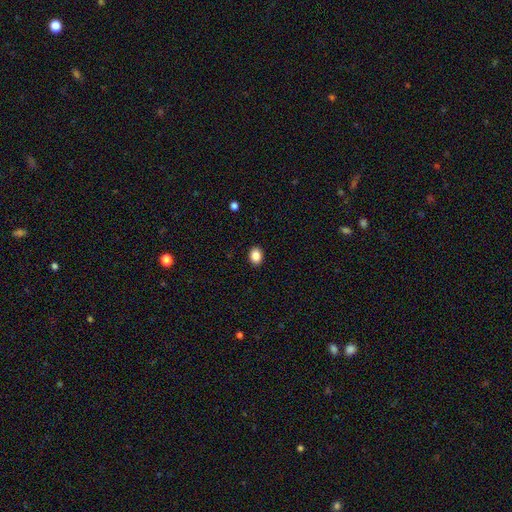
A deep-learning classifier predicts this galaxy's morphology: Smooth or featured? Predicted: smooth (p=0.88). How rounded? Predicted: in between (p=0.60). Merging? Predicted: none (p=0.91).